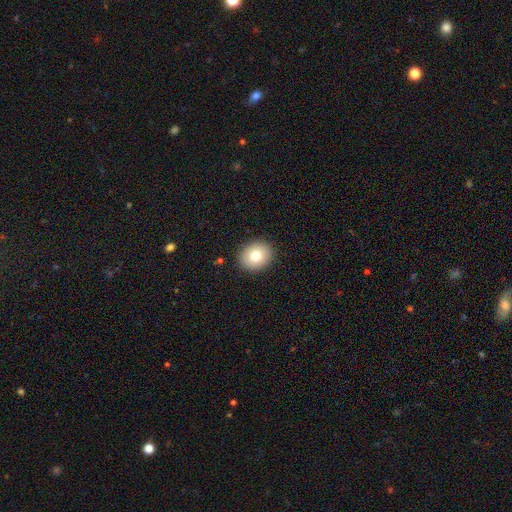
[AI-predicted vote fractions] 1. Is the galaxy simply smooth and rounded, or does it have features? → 79% smooth, 12% featured or disk, 10% star or artifact.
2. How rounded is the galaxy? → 63% round, 36% in between, 1% cigar-shaped.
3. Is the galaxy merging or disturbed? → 90% none, 7% minor disturbance, 2% major disturbance, 1% merger.